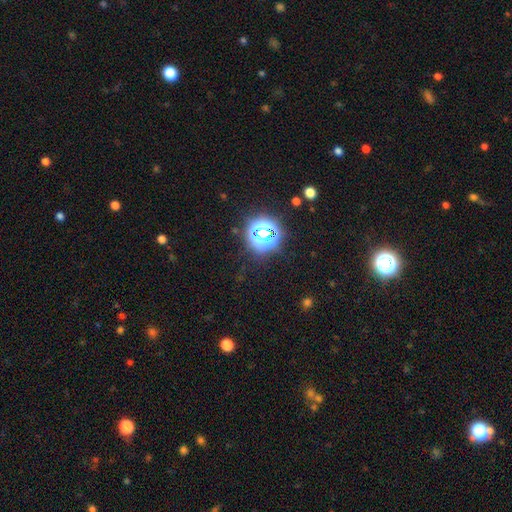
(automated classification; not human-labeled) Overall: star or artifact (78%).